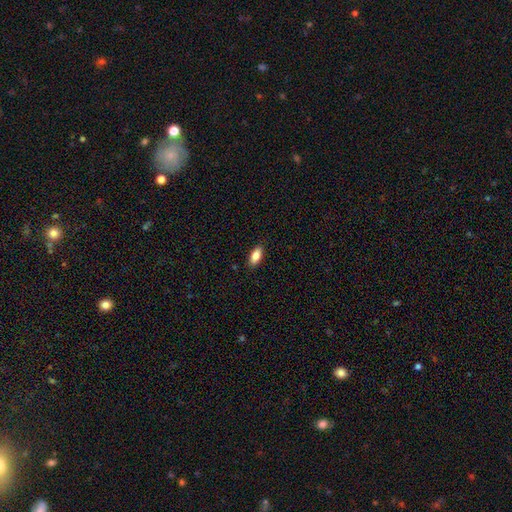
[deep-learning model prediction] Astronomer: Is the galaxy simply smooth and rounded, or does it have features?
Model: smooth — 84%.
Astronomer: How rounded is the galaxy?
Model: in between — 87%.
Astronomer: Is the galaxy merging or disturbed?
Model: none — 88%.